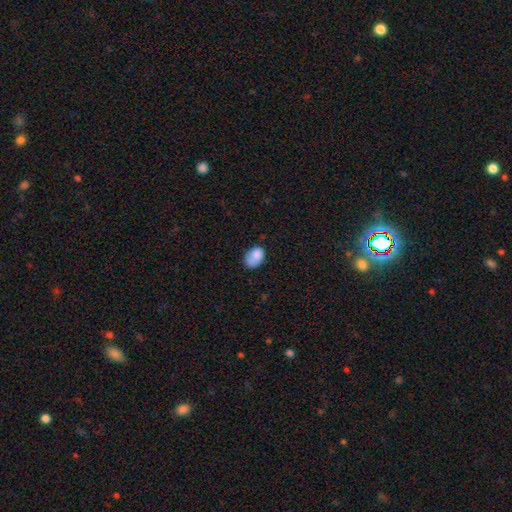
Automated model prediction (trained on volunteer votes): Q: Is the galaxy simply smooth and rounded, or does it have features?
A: smooth — 81%.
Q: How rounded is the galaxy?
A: in between — 78%.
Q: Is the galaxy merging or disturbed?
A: none — 50%.